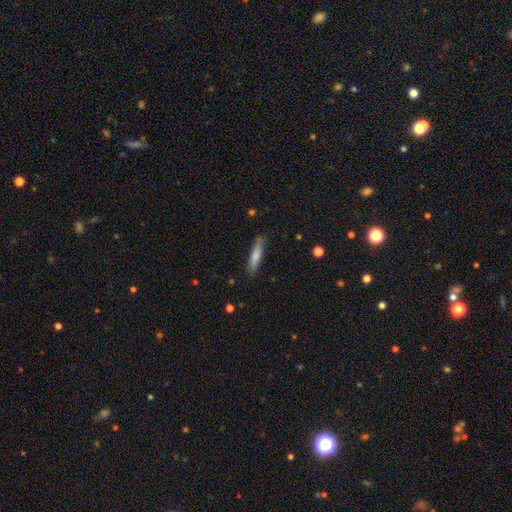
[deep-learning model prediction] smooth-or-featured: smooth: 76% | featured or disk: 18% | star or artifact: 6%
  how-rounded: cigar-shaped: 80% | in between: 18% | round: 1%
  merging: none: 83% | minor disturbance: 13% | major disturbance: 3% | merger: 2%